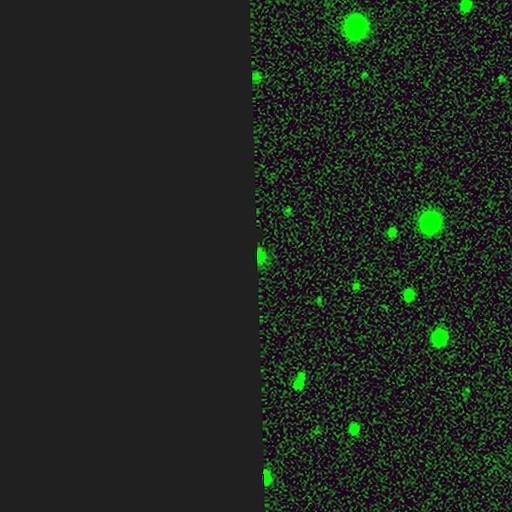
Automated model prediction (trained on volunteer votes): This is likely a star or artifact rather than a galaxy (79%).